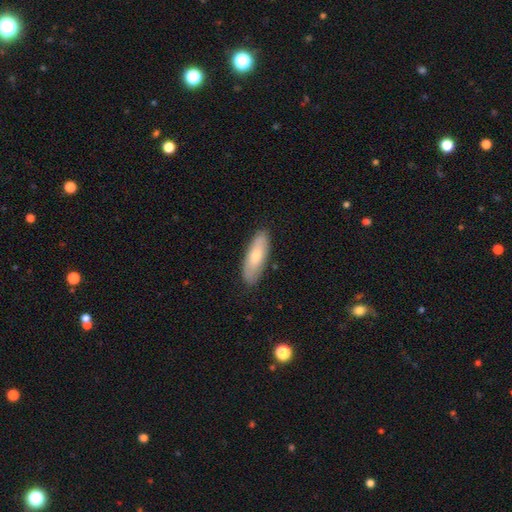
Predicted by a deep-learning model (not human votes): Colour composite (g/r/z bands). It shows a smooth galaxy with no disk features (65%) that is in between round and cigar-shaped (61%). Merging: none (86%).